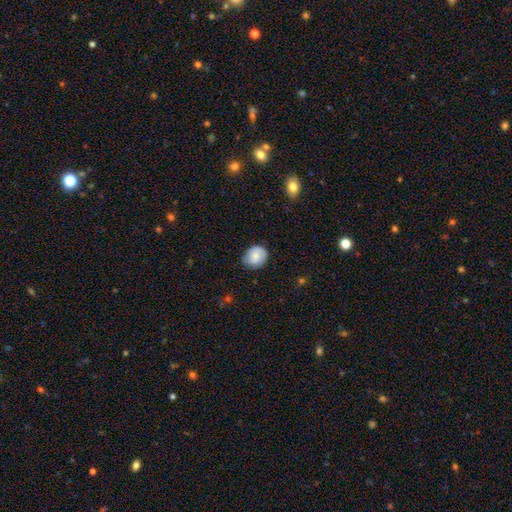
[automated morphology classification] smooth 72%, featured or disk 21%, star or artifact 7%. Down the decision tree: how rounded — round (68%); merging — none (75%).